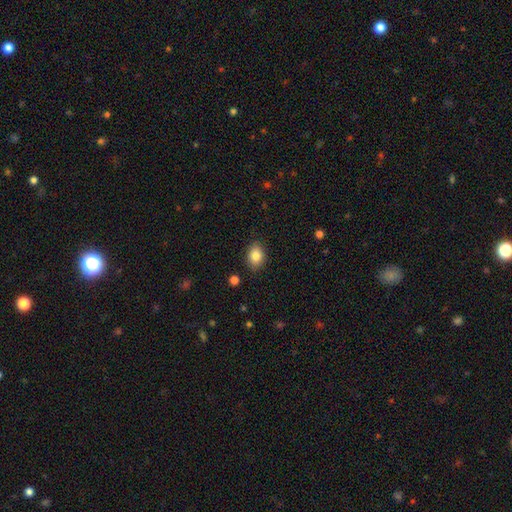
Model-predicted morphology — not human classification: type=smooth (85%); roundness=in between (70%); merging=none (86%).